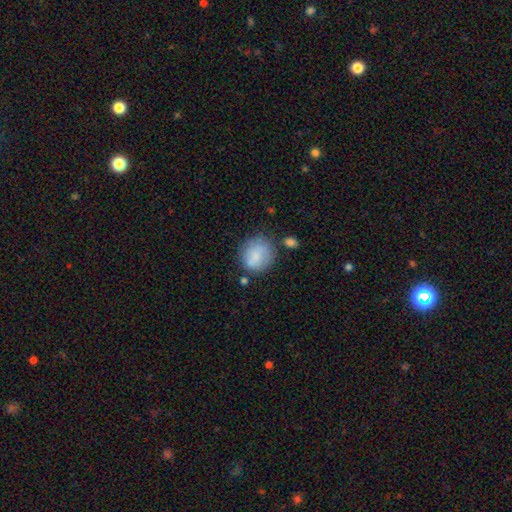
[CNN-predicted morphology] type=smooth (79%); roundness=round (76%); merging=none (59%).